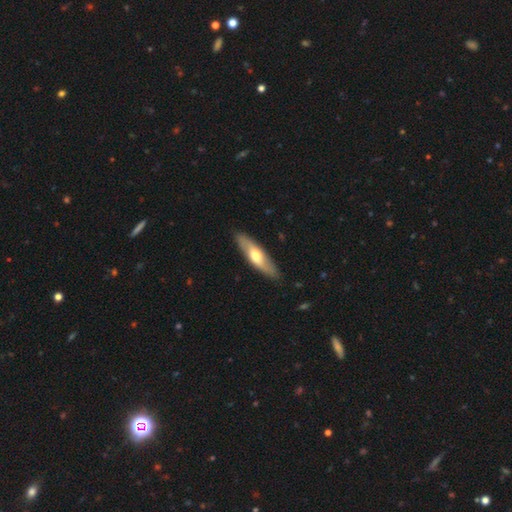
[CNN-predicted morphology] Overall: smooth (51%; featured or disk 44%). How rounded: cigar-shaped (61%; in between 37%). Merging: none (87%).